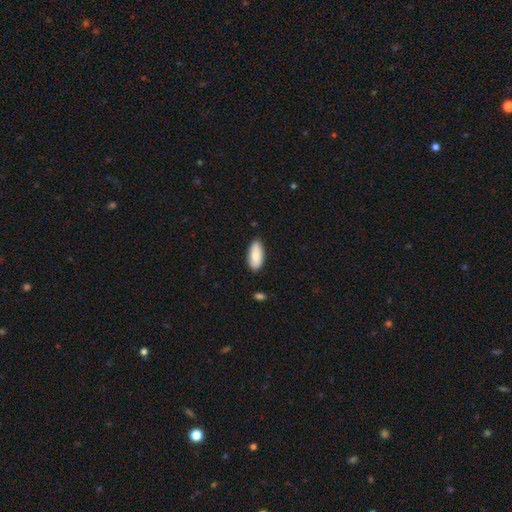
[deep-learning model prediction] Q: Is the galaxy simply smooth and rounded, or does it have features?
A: smooth — 84%.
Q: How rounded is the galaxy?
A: in between — 88%.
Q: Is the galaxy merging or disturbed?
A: none — 82%.